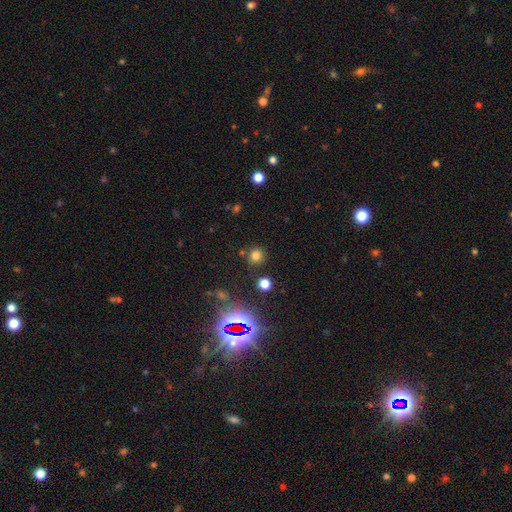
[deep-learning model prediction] Morphology: type=smooth (73%); roundness=round (91%); merging=none (84%).